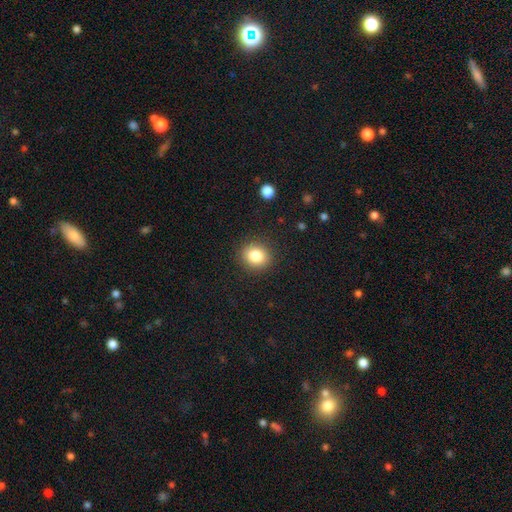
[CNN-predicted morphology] A smooth galaxy with no disk features (83%) that is round (80%). Merging: none (89%).